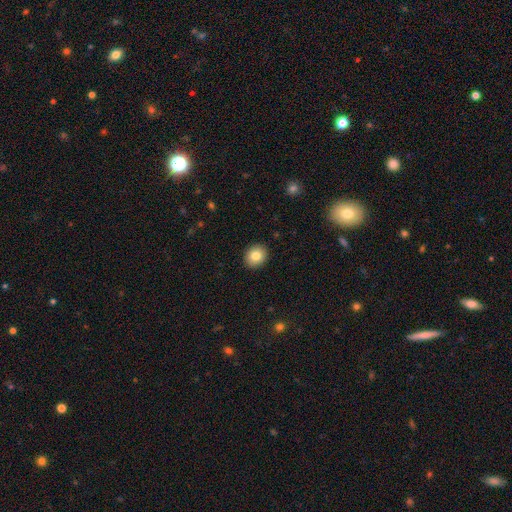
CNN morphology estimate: A smooth galaxy with no disk features (83%) that is round (65%). Merging: none (92%).